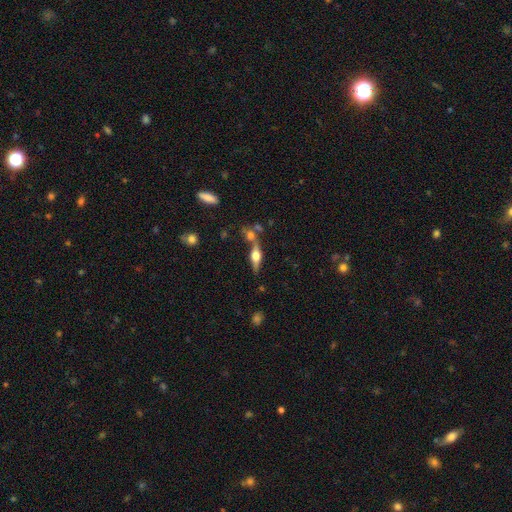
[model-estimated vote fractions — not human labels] A featured or disk galaxy (61%) viewed edge-on (92%) with a rounded central bulge (92%).

Vote fractions:
- Smooth or featured? featured or disk: 61% / smooth: 30% / star or artifact: 9%
- Edge-on disk? yes: 92% / no: 8%
- Edge-on bulge? rounded: 92% / boxy: 6% / none: 2%
- Merging? none: 57% / merger: 25% / minor disturbance: 13% / major disturbance: 6%